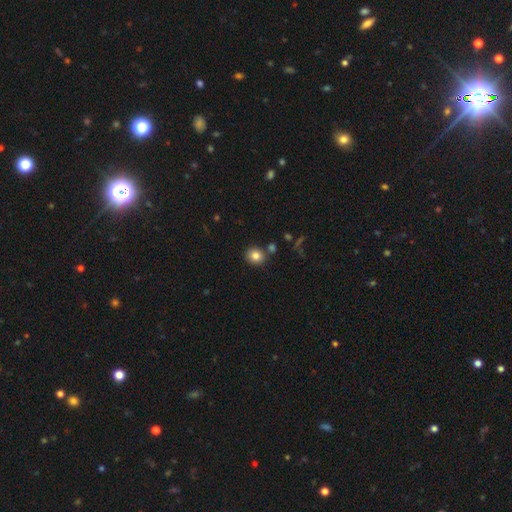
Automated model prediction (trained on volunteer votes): This is clearly a smooth galaxy (82%). How rounded: likely round (76%). Merging: clearly none (80%).